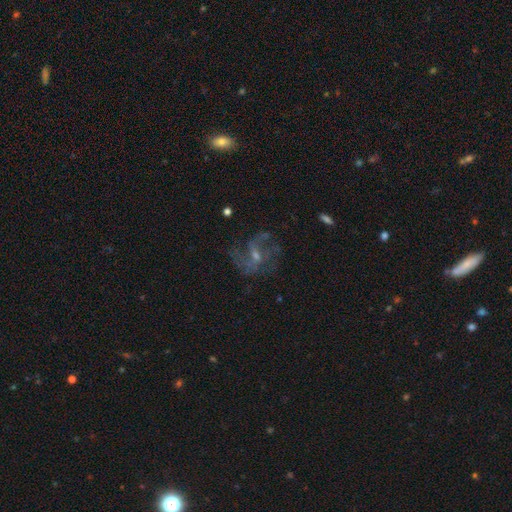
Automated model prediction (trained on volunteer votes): Morphology: type=featured or disk (74%); edge-on=no (97%); bar=weak (48%); spiral arms=yes (84%); winding=loose (45%); arm count=2 (35%); bulge=small (54%); merging=none (58%).